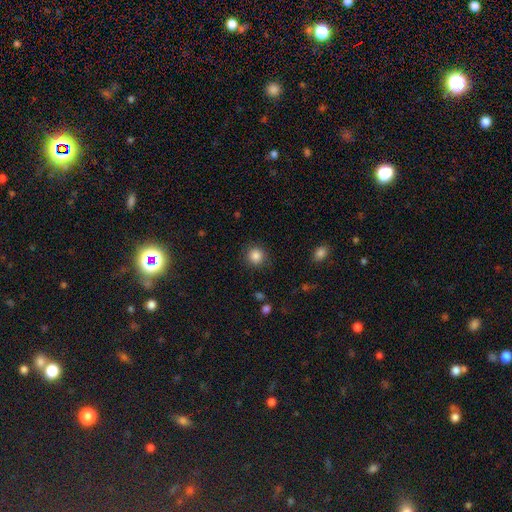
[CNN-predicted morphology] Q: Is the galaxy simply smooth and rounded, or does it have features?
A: smooth — 85%.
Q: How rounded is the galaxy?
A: round — 93%.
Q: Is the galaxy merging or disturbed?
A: none — 88%.